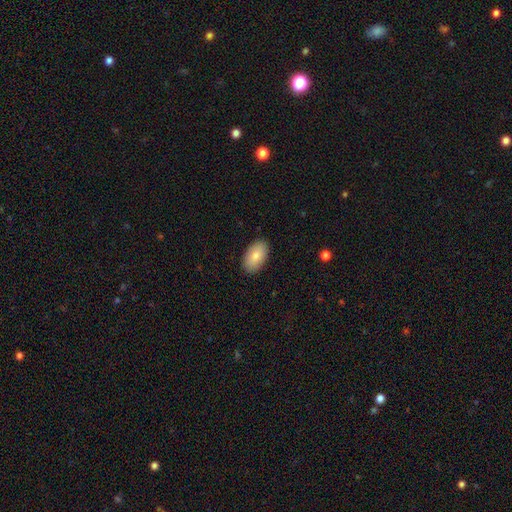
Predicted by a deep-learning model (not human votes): smooth-or-featured: smooth: 83% | featured or disk: 11% | star or artifact: 6%
  how-rounded: in between: 95% | round: 3% | cigar-shaped: 1%
  merging: none: 89% | minor disturbance: 8% | major disturbance: 2% | merger: 1%